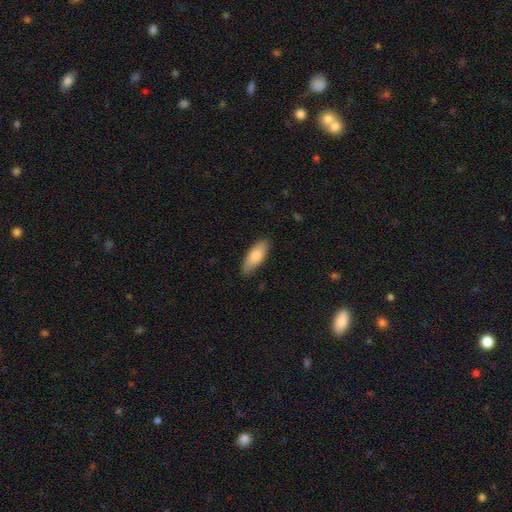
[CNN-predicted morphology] Smooth or featured? Predicted: smooth (p=0.80). How rounded? Predicted: in between (p=0.75). Merging? Predicted: none (p=0.85).